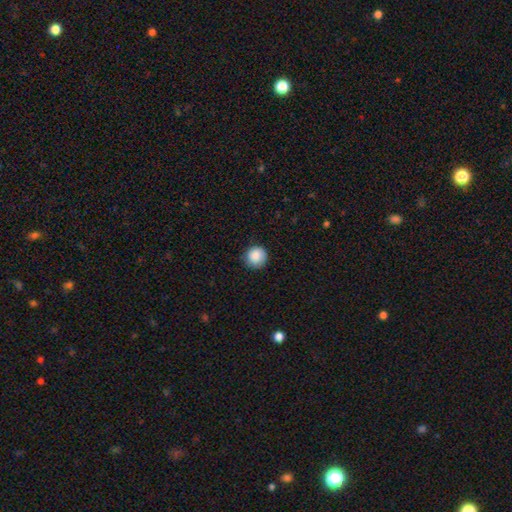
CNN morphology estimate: smooth 88%, star or artifact 8%, featured or disk 4%. Down the decision tree: how rounded — round (94%); merging — none (86%).